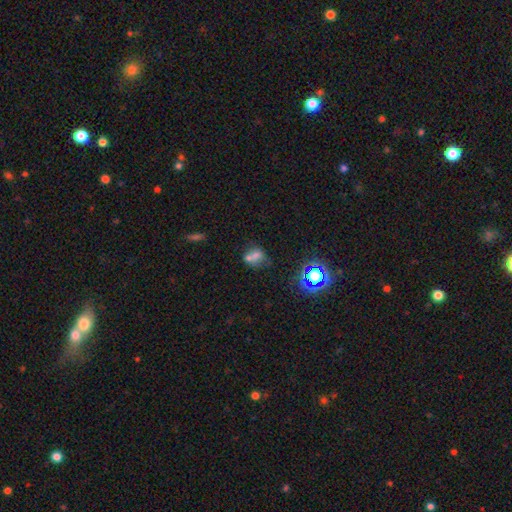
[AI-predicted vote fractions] smooth-or-featured: smooth: 60% | star or artifact: 22% | featured or disk: 19%
  how-rounded: round: 51% | in between: 47% | cigar-shaped: 3%
  merging: merger: 47% | none: 35% | minor disturbance: 12% | major disturbance: 7%